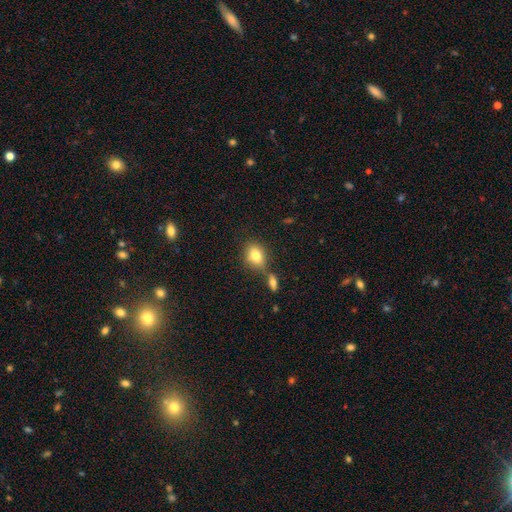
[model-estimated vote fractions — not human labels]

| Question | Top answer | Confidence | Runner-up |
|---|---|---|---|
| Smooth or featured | smooth | 80% | featured or disk (11%) |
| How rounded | in between | 57% | round (41%) |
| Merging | none | 63% | merger (19%) |